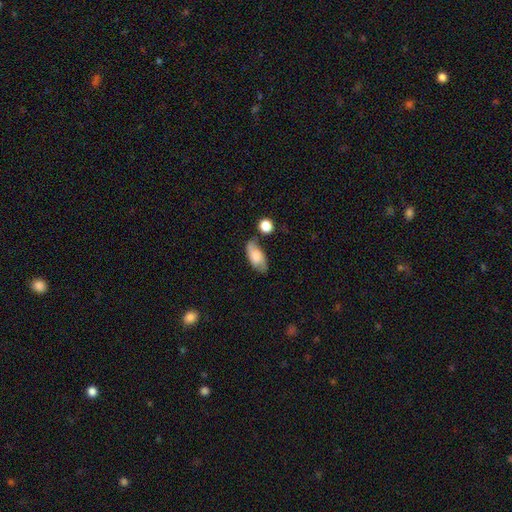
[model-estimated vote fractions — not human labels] smooth_or_featured: smooth (p=0.59) [alt: featured or disk p=0.32]
how_rounded: in between (p=0.88) [alt: cigar-shaped p=0.08]
merging: none (p=0.63) [alt: minor disturbance p=0.22]